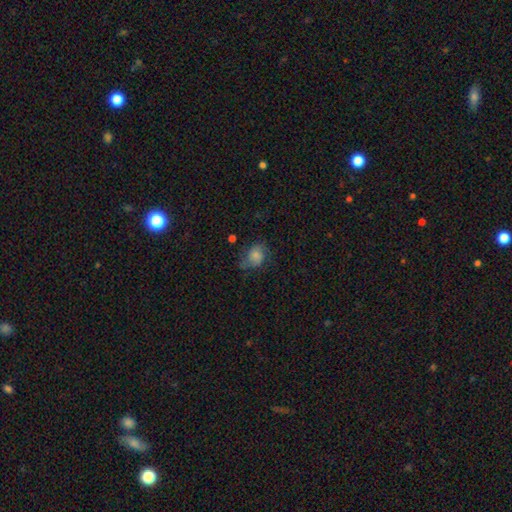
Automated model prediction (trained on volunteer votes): Smooth or featured: smooth — 65% (featured or disk — 25%)
How rounded: round — 50% (in between — 49%)
Merging: none — 48% (minor disturbance — 31%)